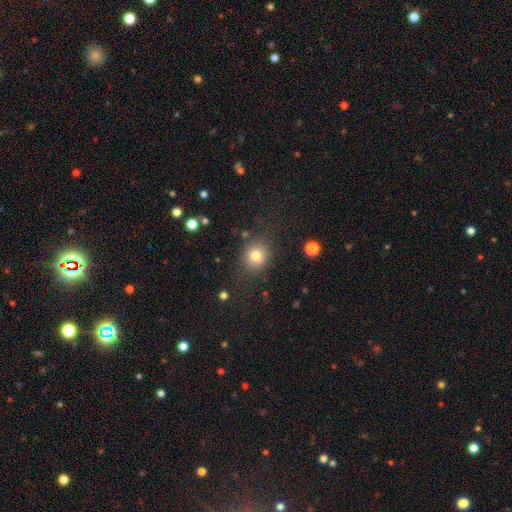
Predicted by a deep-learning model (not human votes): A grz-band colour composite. It shows a smooth galaxy with no disk features (78%) that is round (75%). Merging: none (79%).